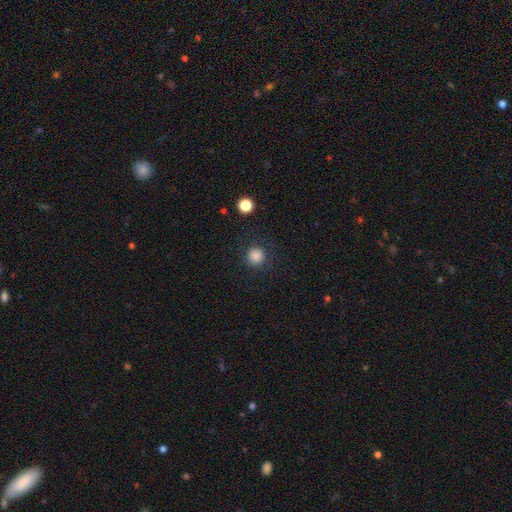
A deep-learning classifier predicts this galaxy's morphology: Smooth or featured? smooth (85%)
How rounded? round (94%)
Merging? none (87%)